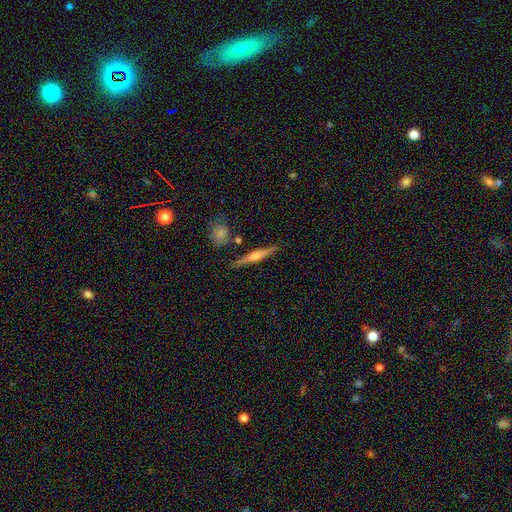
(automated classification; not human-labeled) smooth-or-featured: featured or disk: 64% | smooth: 30% | star or artifact: 6%
  disk-edge-on: yes: 97% | no: 3%
    edge-on-bulge: rounded: 87% | none: 6% | boxy: 6%
  merging: none: 86% | minor disturbance: 8% | merger: 4% | major disturbance: 2%